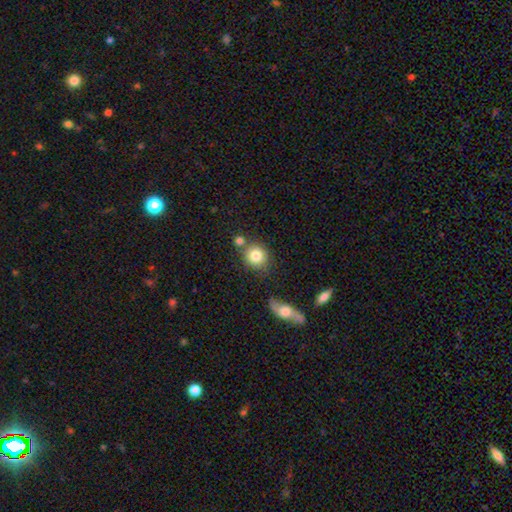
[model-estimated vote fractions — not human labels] smooth 82%, featured or disk 10%, star or artifact 9%. Down the decision tree: how rounded — round (81%); merging — none (65%).